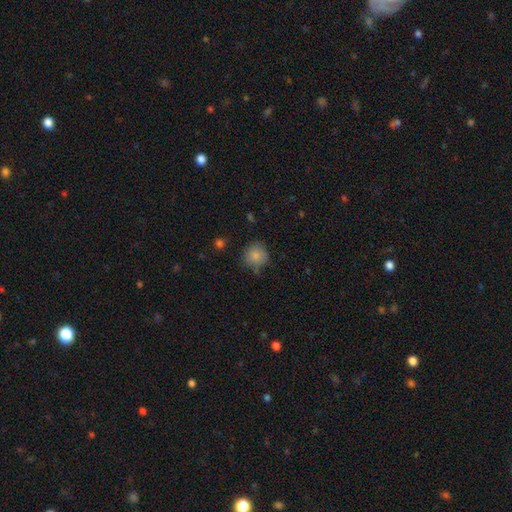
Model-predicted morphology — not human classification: smooth_or_featured: smooth (p=0.84) [alt: star or artifact p=0.09]
how_rounded: round (p=0.91) [alt: in between p=0.08]
merging: none (p=0.71) [alt: minor disturbance p=0.22]